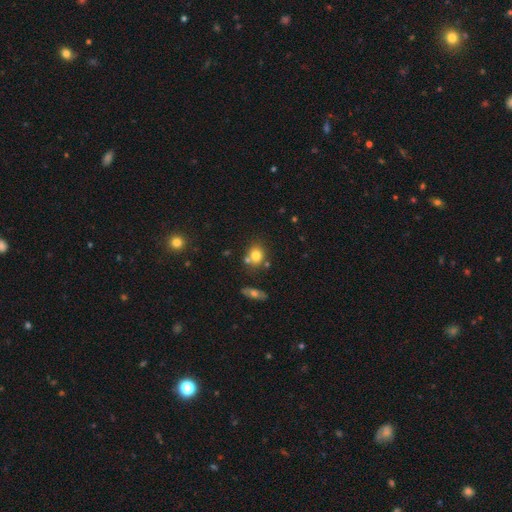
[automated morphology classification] Smooth or featured? smooth (77%)
How rounded? round (66%)
Merging? none (61%)